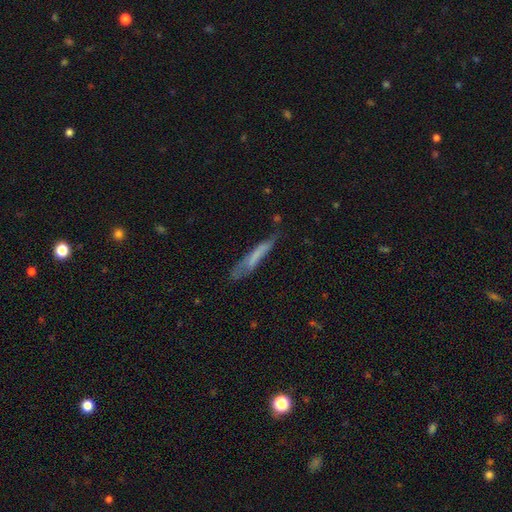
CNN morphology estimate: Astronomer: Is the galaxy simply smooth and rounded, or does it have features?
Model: smooth — 55% (runner-up: featured or disk, 37%).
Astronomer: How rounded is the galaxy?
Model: cigar-shaped — 90%.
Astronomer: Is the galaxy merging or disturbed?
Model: none — 52% (runner-up: minor disturbance, 30%).